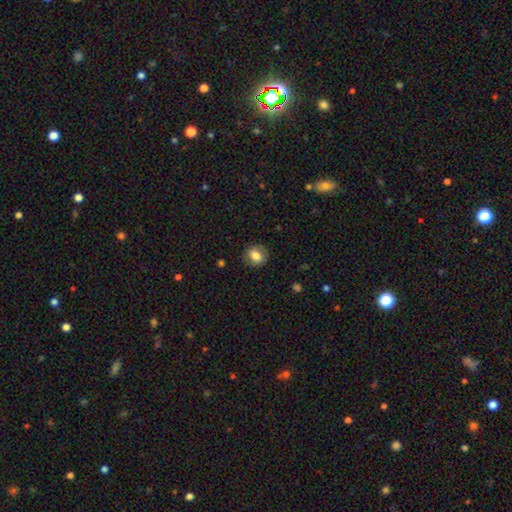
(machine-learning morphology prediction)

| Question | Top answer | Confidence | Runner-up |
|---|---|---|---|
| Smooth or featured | smooth | 77% | featured or disk (15%) |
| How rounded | round | 64% | in between (35%) |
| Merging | none | 85% | minor disturbance (11%) |